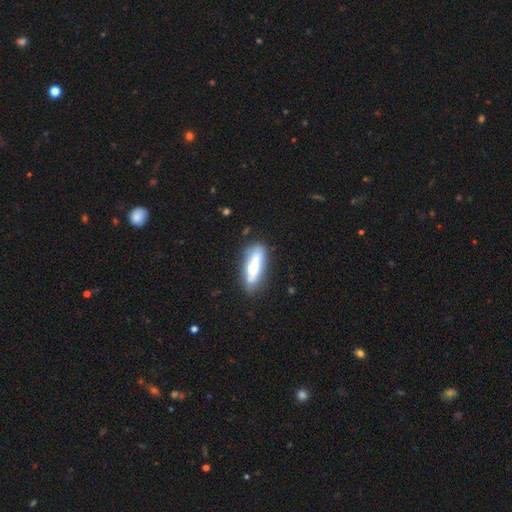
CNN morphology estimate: Smooth or featured: smooth — 61% (featured or disk — 32%)
How rounded: cigar-shaped — 58% (in between — 40%)
Merging: none — 70% (minor disturbance — 20%)